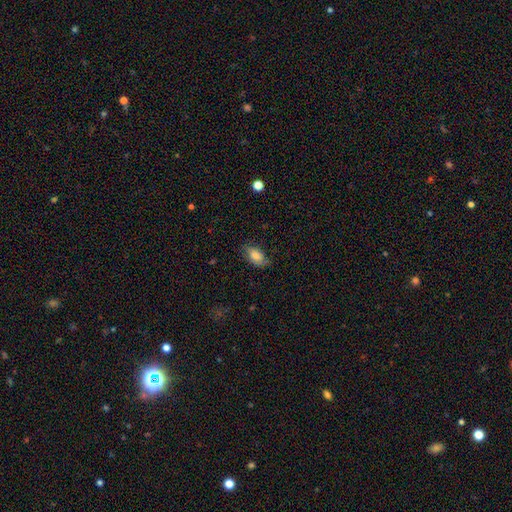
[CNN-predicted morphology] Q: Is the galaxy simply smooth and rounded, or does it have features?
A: smooth — 77%.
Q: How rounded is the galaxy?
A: in between — 90%.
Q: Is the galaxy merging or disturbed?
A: none — 67%.